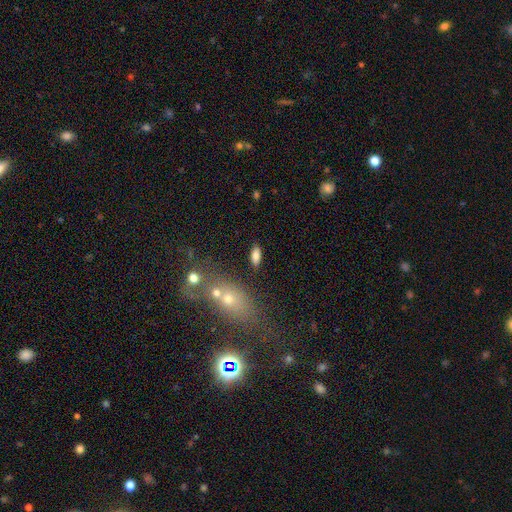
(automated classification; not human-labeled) Smooth or featured? smooth (78%)
How rounded? in between (80%)
Merging? none (81%)